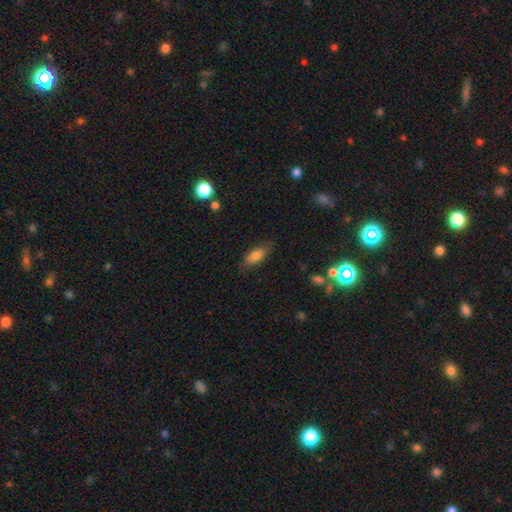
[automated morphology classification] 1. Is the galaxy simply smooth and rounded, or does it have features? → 79% smooth, 13% featured or disk, 8% star or artifact.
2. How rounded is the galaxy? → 83% in between, 13% cigar-shaped, 4% round.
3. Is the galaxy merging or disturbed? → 79% none, 16% minor disturbance, 4% major disturbance, 1% merger.